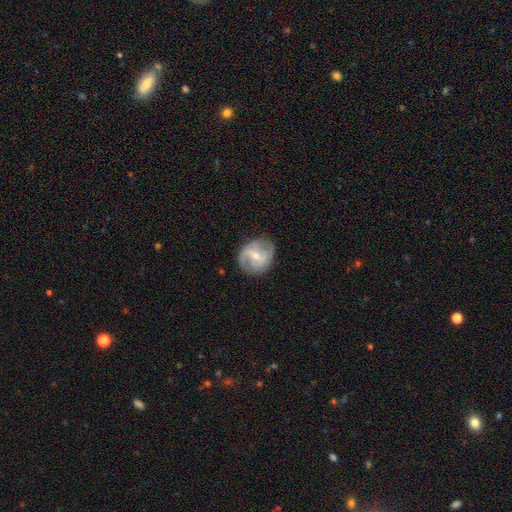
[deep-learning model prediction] The model was most divided on "spiral winding": medium: 46%, loose: 30%, tight: 24%. More confident: edge-on disk — no (97%); spiral arms — yes (90%); merging — none (76%); smooth or featured — featured or disk (75%); spiral arm count — 2 (73%); bulge size — small (57%); bar — weak (52%).